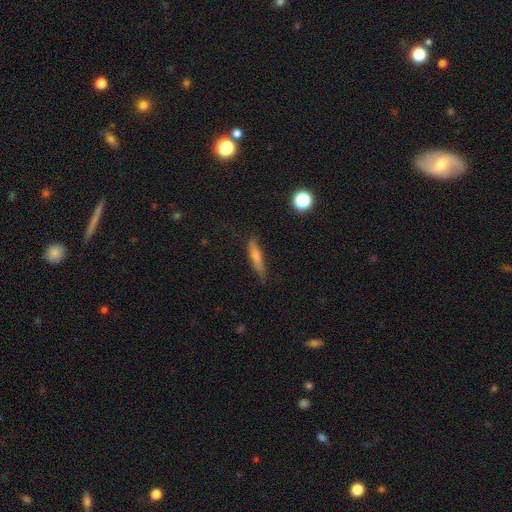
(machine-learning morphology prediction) Smooth or featured? smooth (54%)
How rounded? cigar-shaped (81%)
Merging? none (76%)